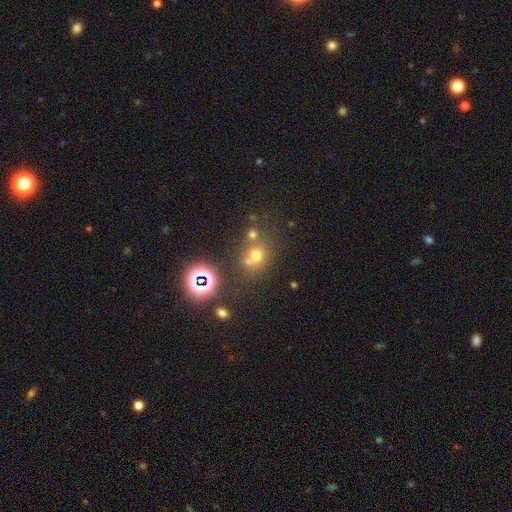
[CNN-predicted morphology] This appears to be a smooth galaxy with no disk features (60%) that is round (75%). Merging: none (54%).